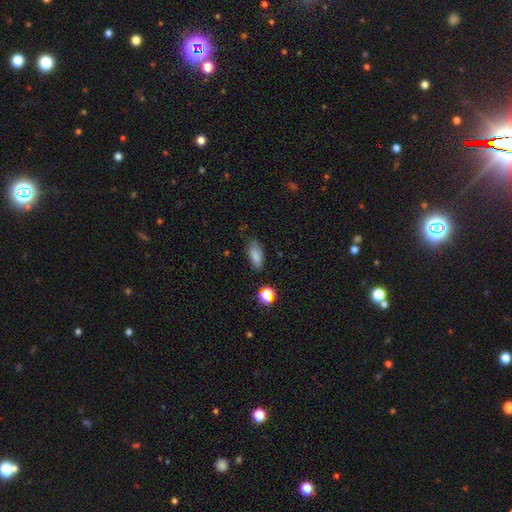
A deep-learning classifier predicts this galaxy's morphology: Smooth or featured? smooth (82%)
How rounded? in between (82%)
Merging? none (77%)